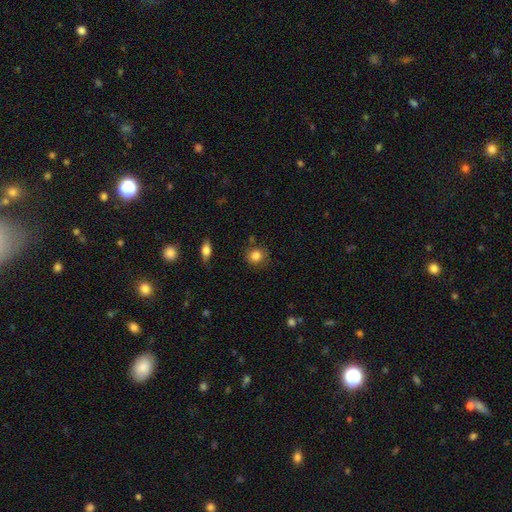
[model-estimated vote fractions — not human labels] Smooth or featured? Predicted: smooth (p=0.84). How rounded? Predicted: round (p=0.85). Merging? Predicted: none (p=0.81).